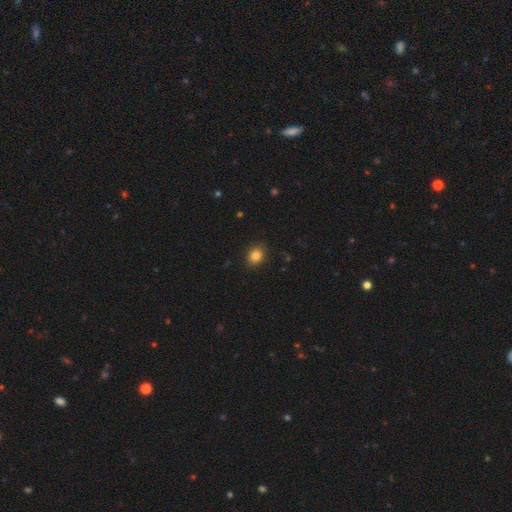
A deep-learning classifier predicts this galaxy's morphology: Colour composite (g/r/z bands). It shows a smooth galaxy with no disk features (84%) that is round (62%). Merging: none (88%).